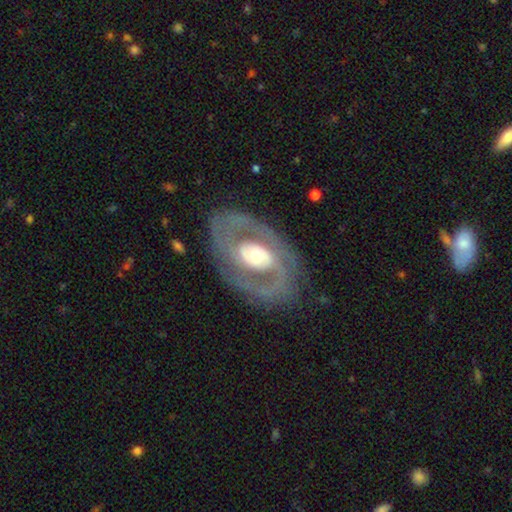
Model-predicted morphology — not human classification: Smooth or featured? Predicted: featured or disk (p=0.83). Edge-on disk? Predicted: no (p=0.95). Bar? Predicted: no (p=0.58). Spiral arms? Predicted: yes (p=0.76). Spiral winding? Predicted: tight (p=0.44). Spiral arm count? Predicted: 2 (p=0.73). Bulge size? Predicted: moderate (p=0.64). Merging? Predicted: none (p=0.79).